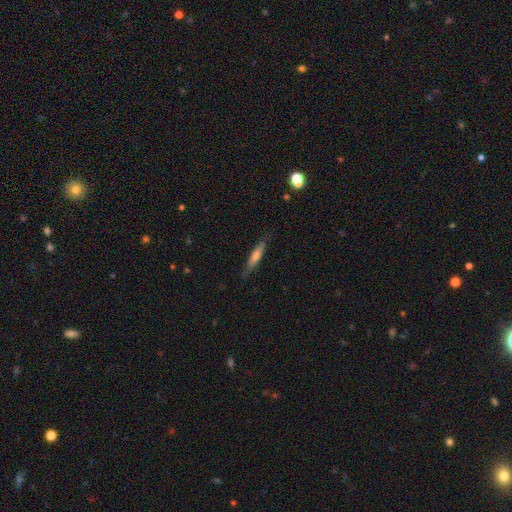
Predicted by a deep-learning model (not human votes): Overall: smooth (58%; featured or disk 35%). How rounded: cigar-shaped (85%). Merging: none (79%).